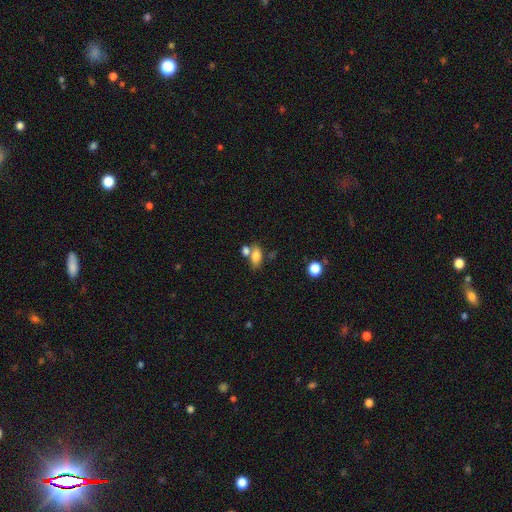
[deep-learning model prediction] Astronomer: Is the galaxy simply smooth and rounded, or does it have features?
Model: smooth — 78%.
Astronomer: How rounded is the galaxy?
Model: in between — 84%.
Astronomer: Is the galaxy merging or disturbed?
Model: none — 45% (runner-up: merger, 36%).